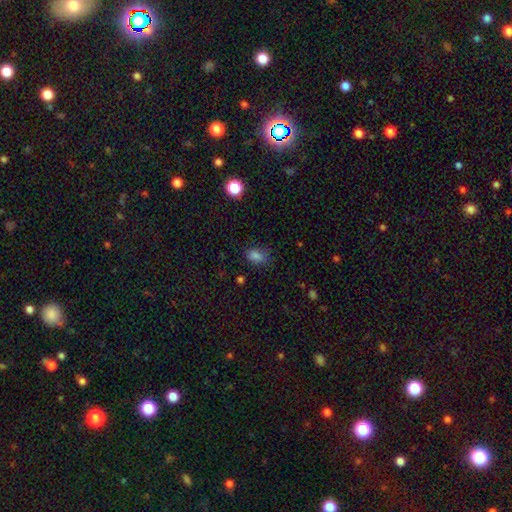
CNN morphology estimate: The model was most divided on "merging": none: 72%, minor disturbance: 21%, major disturbance: 5%, merger: 2%. More confident: smooth or featured — smooth (81%); how rounded — in between (77%).